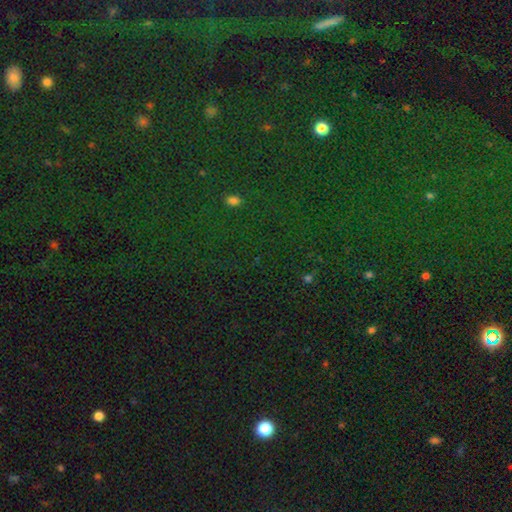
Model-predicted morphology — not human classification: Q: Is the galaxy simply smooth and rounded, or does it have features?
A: star or artifact — 81%.